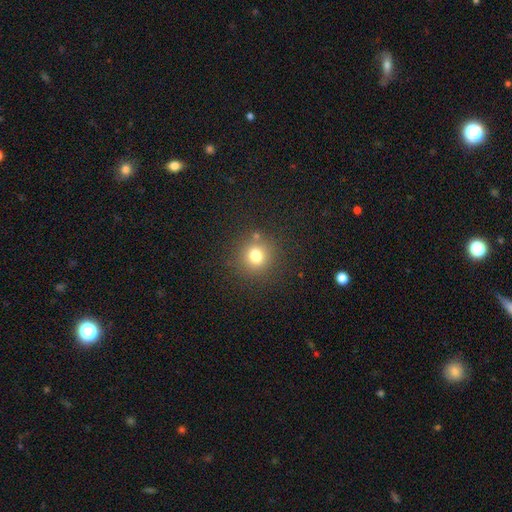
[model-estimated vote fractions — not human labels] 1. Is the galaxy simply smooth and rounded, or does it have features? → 76% smooth, 16% star or artifact, 8% featured or disk.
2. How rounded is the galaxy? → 90% round, 9% in between, 1% cigar-shaped.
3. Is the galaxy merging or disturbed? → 84% none, 8% minor disturbance, 4% merger, 3% major disturbance.